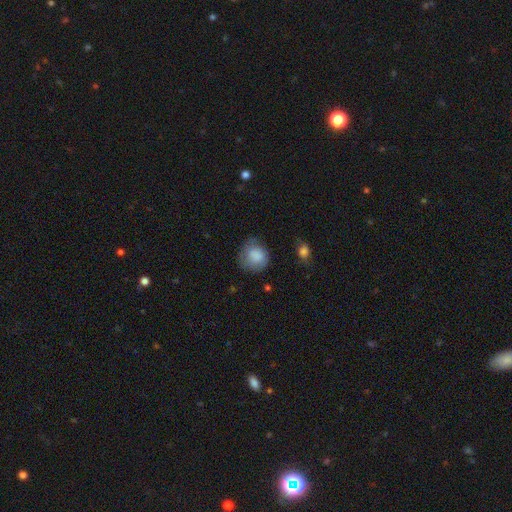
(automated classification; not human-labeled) This is clearly a smooth galaxy (81%). How rounded: clearly round (80%). Merging: likely none (61%).